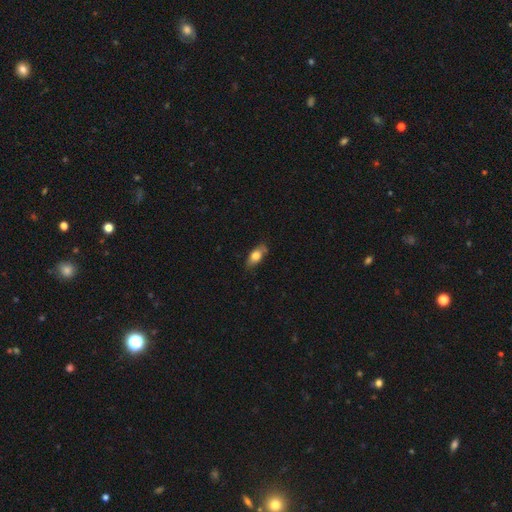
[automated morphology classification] This appears to be a smooth galaxy with no disk features (71%) that is in between round and cigar-shaped (82%). Merging: none (74%).